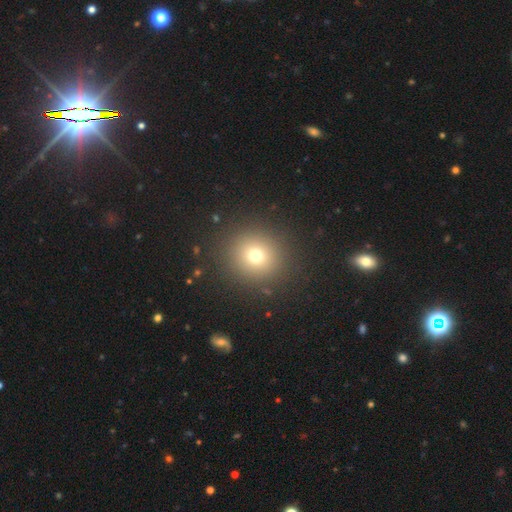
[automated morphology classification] smooth_or_featured: smooth (p=0.72) [alt: star or artifact p=0.18]
how_rounded: round (p=0.92) [alt: in between p=0.07]
merging: none (p=0.89) [alt: minor disturbance p=0.06]